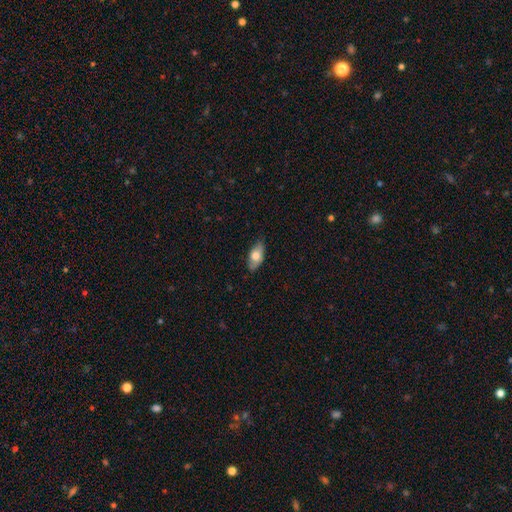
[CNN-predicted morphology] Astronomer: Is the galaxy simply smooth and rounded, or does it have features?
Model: smooth — 69%.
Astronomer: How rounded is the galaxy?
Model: in between — 88%.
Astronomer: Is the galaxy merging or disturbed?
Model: none — 79%.